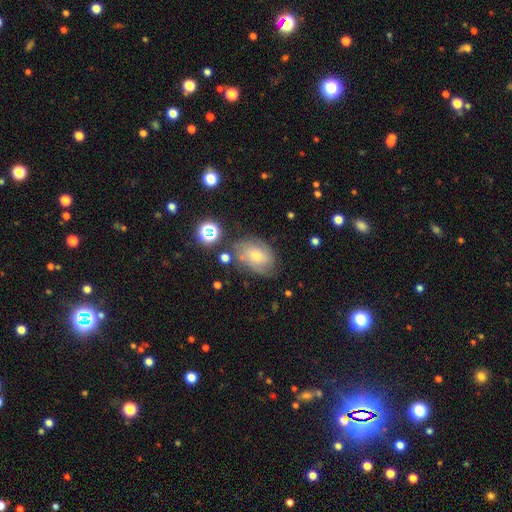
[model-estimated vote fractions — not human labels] Q: Smooth or featured?
A: smooth (47%); runner-up: featured or disk (40%)
Q: Merging?
A: none (61%); runner-up: minor disturbance (23%)